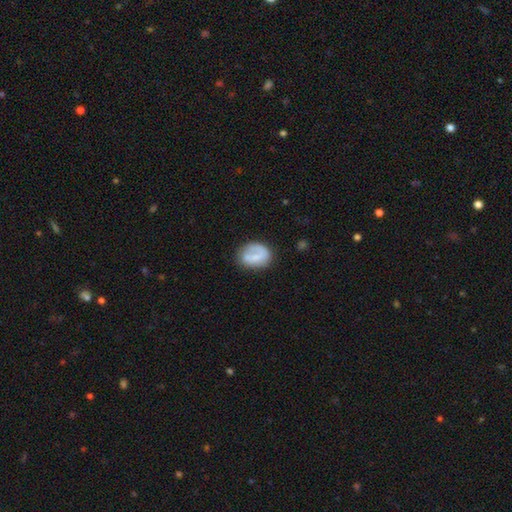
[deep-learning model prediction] This is likely a smooth galaxy (62%). How rounded: possibly in between (58%). Merging: possibly none (59%).